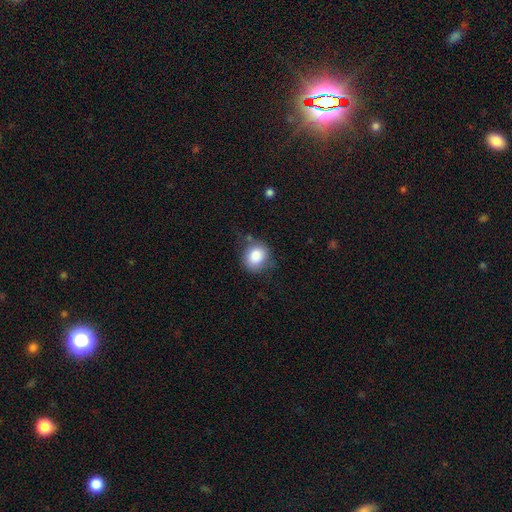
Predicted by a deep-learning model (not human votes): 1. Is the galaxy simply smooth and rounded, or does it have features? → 84% smooth, 8% star or artifact, 7% featured or disk.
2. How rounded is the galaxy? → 68% round, 31% in between, 1% cigar-shaped.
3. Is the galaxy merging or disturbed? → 63% none, 25% minor disturbance, 8% major disturbance, 3% merger.